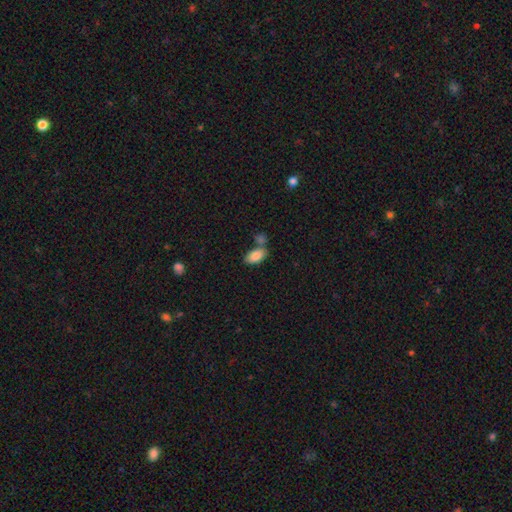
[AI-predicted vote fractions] Morphology: type=smooth (86%); roundness=in between (94%); merging=none (55%).